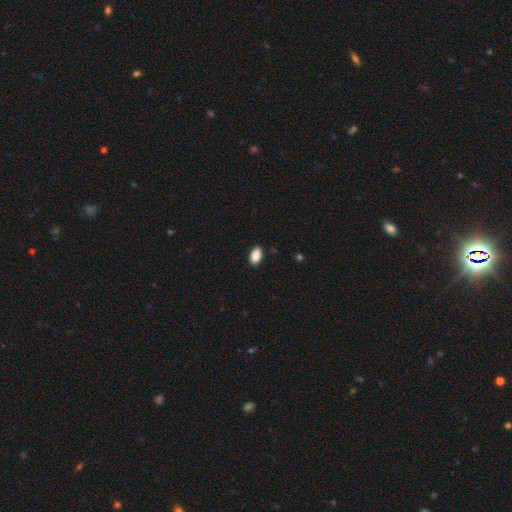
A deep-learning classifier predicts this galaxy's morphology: A smooth galaxy with no disk features (89%) that is in between round and cigar-shaped (93%).

Vote fractions:
- Smooth or featured? smooth: 89% / star or artifact: 7% / featured or disk: 3%
- How rounded? in between: 93% / round: 5% / cigar-shaped: 2%
- Merging? none: 89% / minor disturbance: 8% / major disturbance: 2% / merger: 1%